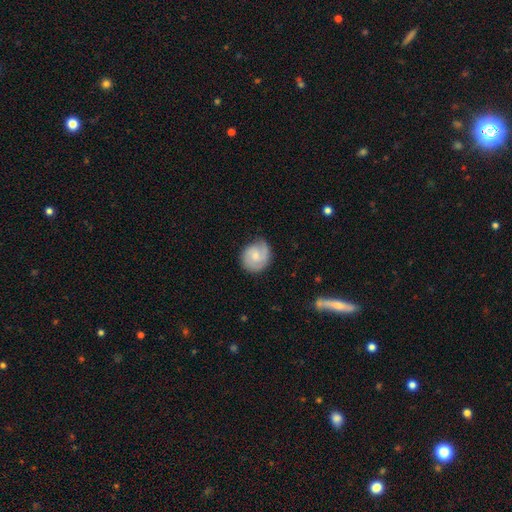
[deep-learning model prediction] Overall: featured or disk (56%; smooth 38%). Edge-on disk: no (98%). Bar: no (67%; weak 29%). Spiral arms: yes (90%). Bulge size: small (52%; moderate 41%). Merging: none (72%).